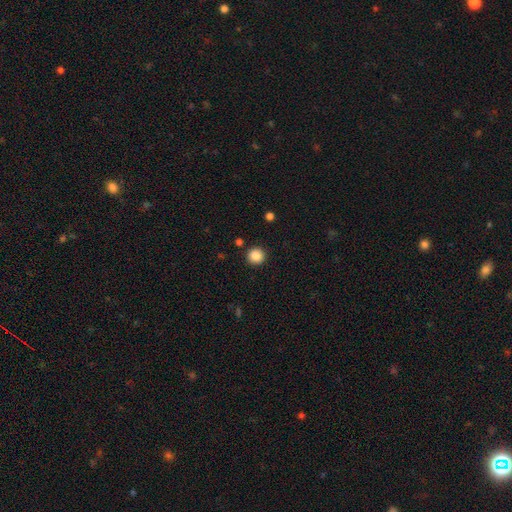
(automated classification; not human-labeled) Smooth or featured?
  - smooth: 87% *
  - star or artifact: 10%
  - featured or disk: 3%
How rounded?
  - round: 95% *
  - in between: 4%
  - cigar-shaped: 1%
Merging?
  - none: 92% *
  - minor disturbance: 5%
  - major disturbance: 2%
  - merger: 2%